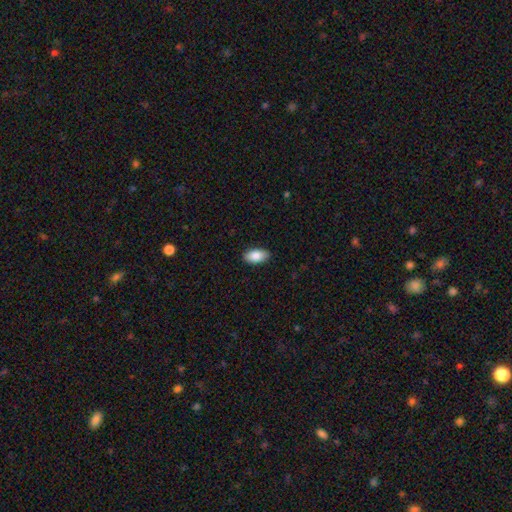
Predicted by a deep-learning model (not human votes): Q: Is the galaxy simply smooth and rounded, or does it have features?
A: smooth — 87%.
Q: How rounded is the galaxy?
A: in between — 94%.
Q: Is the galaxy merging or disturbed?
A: none — 88%.